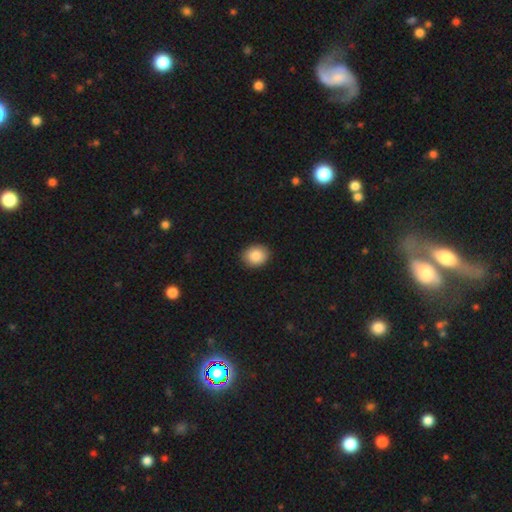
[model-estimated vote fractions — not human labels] Overall: smooth (87%). How rounded: round (55%; in between 44%). Merging: none (89%).